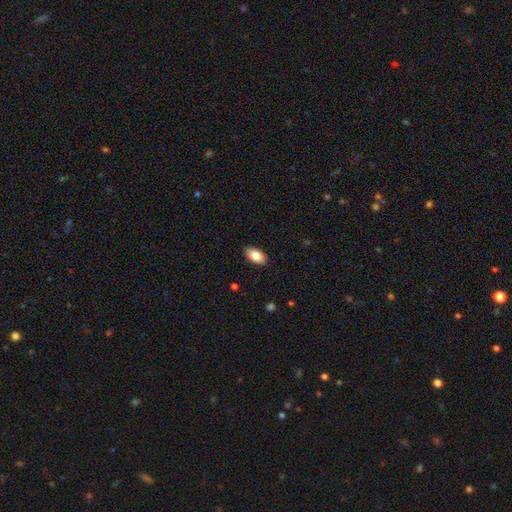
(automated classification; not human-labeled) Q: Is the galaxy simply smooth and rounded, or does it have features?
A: smooth — 83%.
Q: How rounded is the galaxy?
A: in between — 93%.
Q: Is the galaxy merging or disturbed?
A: none — 88%.